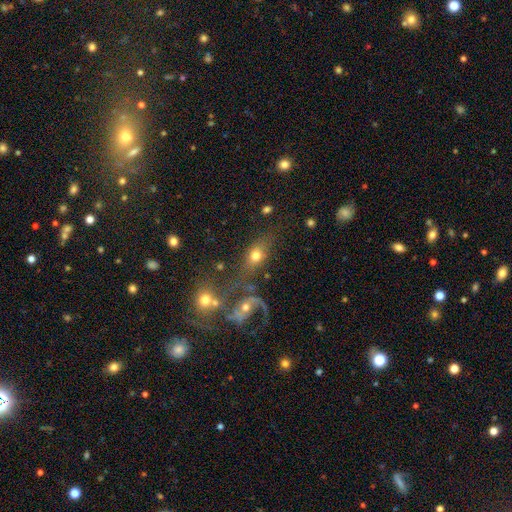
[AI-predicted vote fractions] Overall: smooth (57%; featured or disk 30%). How rounded: in between (63%; round 31%). Merging: none (47%; merger 26%).